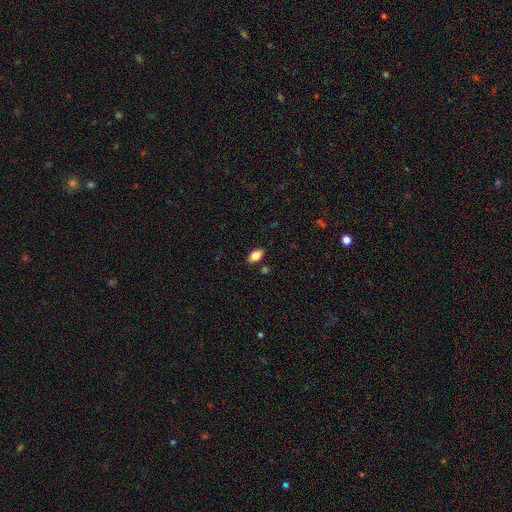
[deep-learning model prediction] A smooth galaxy with no disk features (80%) that is in between round and cigar-shaped (91%). Merging: none (85%).